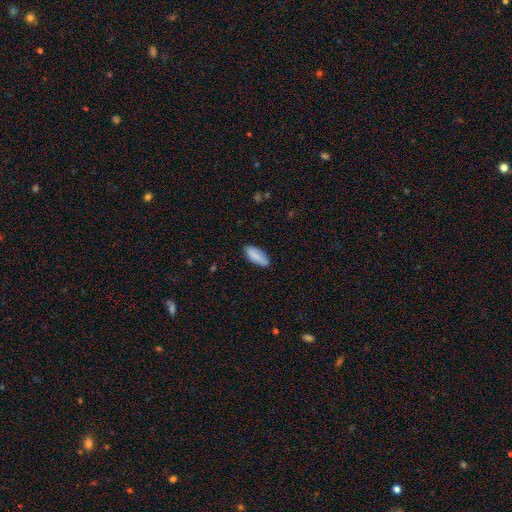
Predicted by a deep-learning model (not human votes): Smooth or featured?
  - smooth: 85% *
  - featured or disk: 8%
  - star or artifact: 6%
How rounded?
  - in between: 79% *
  - cigar-shaped: 19%
  - round: 2%
Merging?
  - none: 80% *
  - minor disturbance: 16%
  - major disturbance: 3%
  - merger: 1%